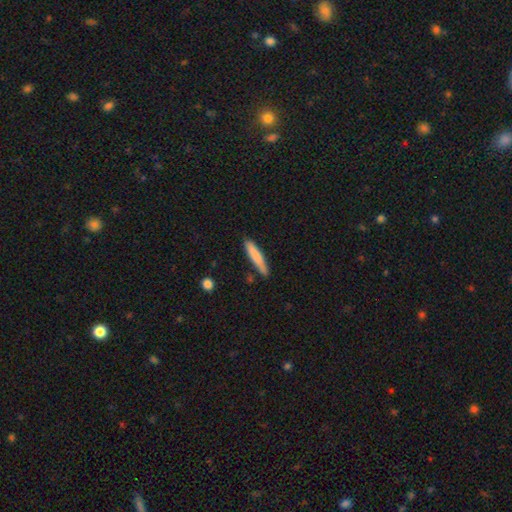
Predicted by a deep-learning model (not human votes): This appears to be a smooth galaxy with no disk features (78%) that is cigar-shaped (89%). Merging: none (79%).